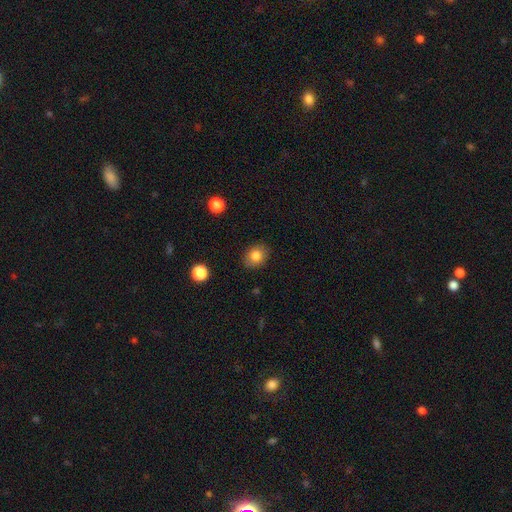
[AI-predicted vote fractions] Overall: smooth (82%). How rounded: in between (50%; round 49%). Merging: none (87%).